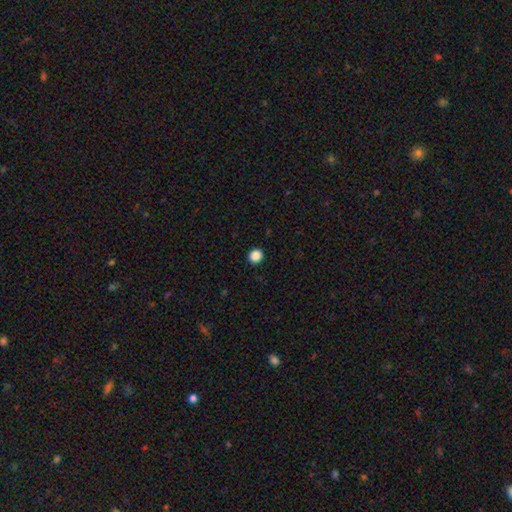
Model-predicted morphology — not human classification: This appears to be a smooth galaxy with no disk features (87%) that is round (91%). Merging: none (93%).